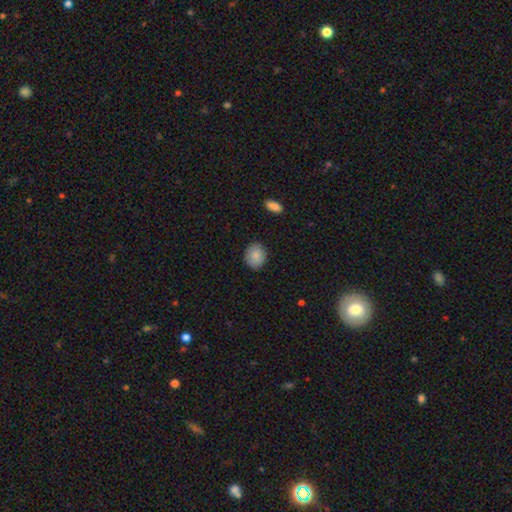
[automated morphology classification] A smooth galaxy with no disk features (86%) that is round (58%).

Vote fractions:
- Smooth or featured? smooth: 86% / star or artifact: 7% / featured or disk: 7%
- How rounded? round: 58% / in between: 41% / cigar-shaped: 1%
- Merging? none: 87% / minor disturbance: 9% / major disturbance: 2% / merger: 1%